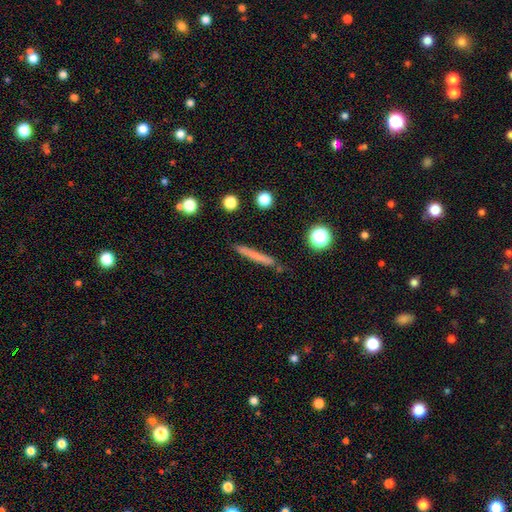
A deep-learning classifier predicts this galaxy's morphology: Smooth or featured? smooth (66%)
How rounded? cigar-shaped (95%)
Merging? none (86%)